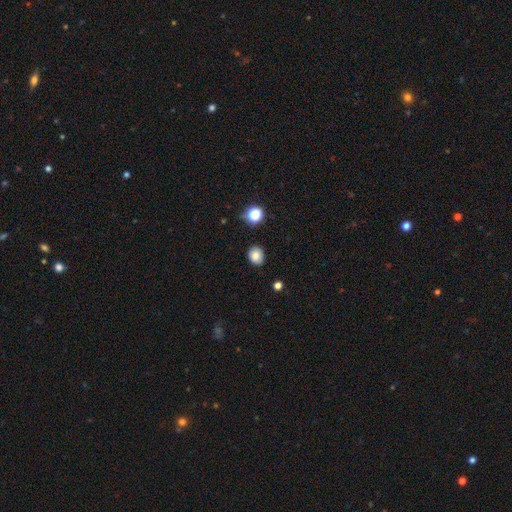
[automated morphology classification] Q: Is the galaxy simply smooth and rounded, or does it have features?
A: smooth — 81%.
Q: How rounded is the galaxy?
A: round — 63%.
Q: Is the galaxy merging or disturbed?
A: none — 85%.